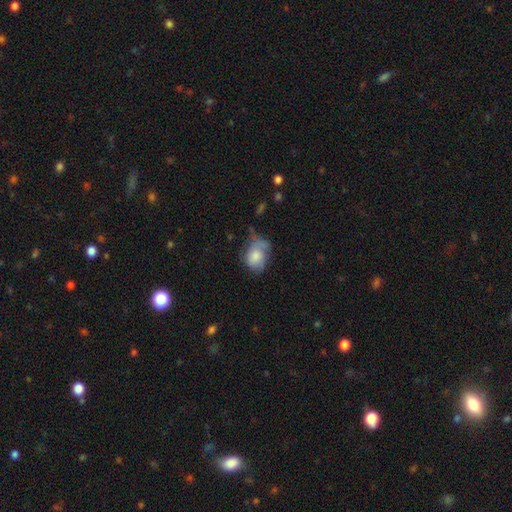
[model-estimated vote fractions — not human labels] Morphology: type=smooth (68%); roundness=in between (66%); merging=minor disturbance (36%).